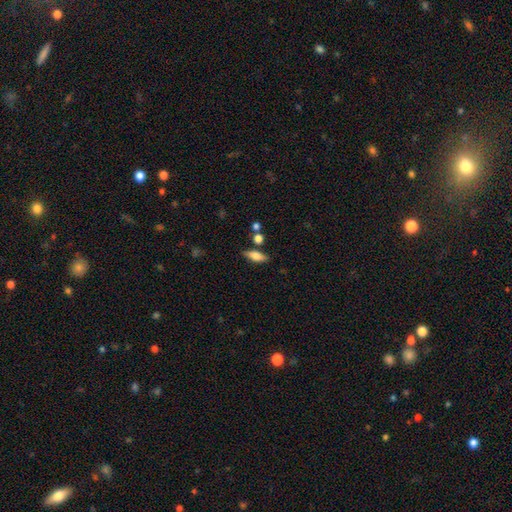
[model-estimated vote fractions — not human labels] Morphology: type=smooth (67%); roundness=in between (67%); merging=none (78%).